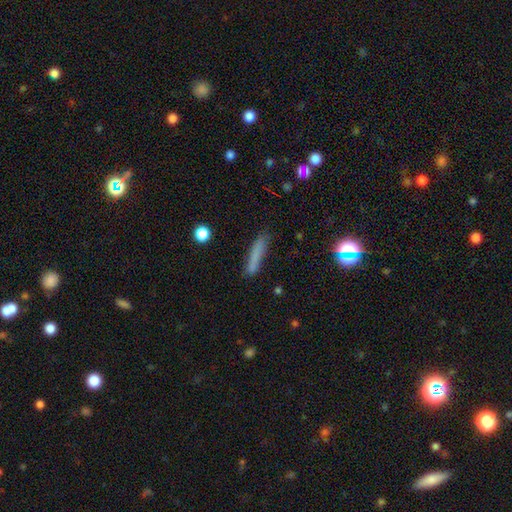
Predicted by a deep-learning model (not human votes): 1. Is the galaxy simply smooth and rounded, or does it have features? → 74% smooth, 15% featured or disk, 11% star or artifact.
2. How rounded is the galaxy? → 90% cigar-shaped, 8% in between, 2% round.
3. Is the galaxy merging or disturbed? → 77% none, 15% minor disturbance, 4% major disturbance, 3% merger.